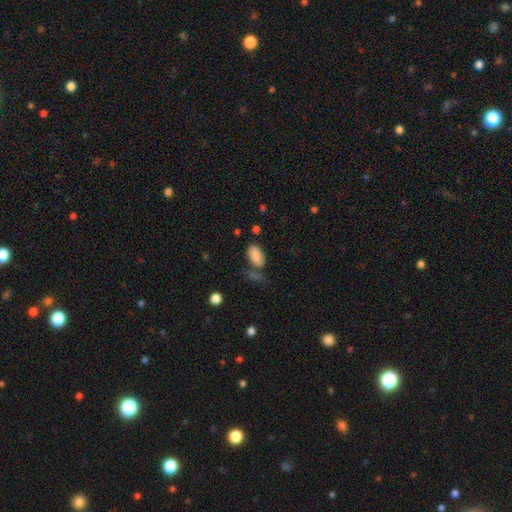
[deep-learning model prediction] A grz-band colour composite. It shows a smooth galaxy with no disk features (85%) that is in between round and cigar-shaped (94%). Merging: none (57%).